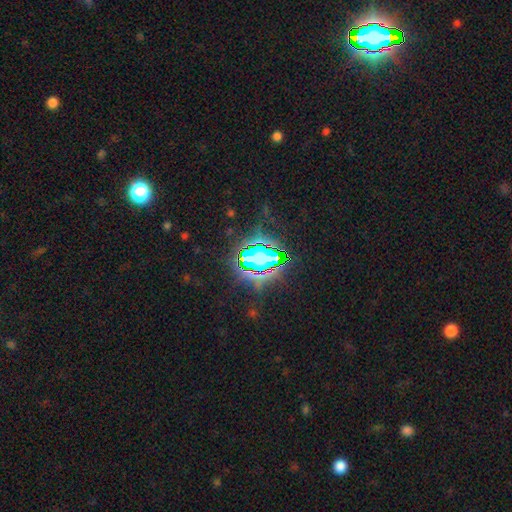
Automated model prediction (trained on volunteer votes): Q: Smooth or featured?
A: star or artifact (75%); runner-up: smooth (13%)